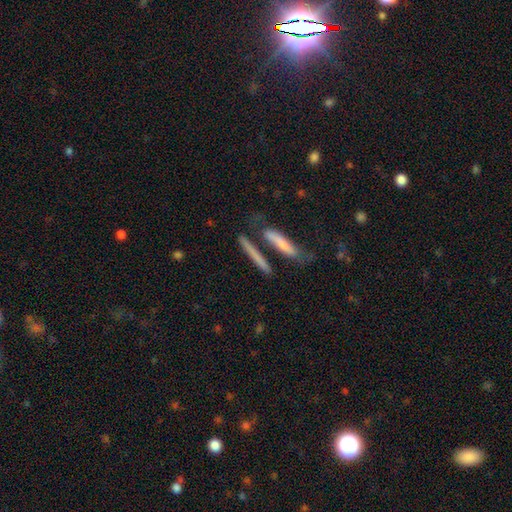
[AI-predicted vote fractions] Smooth or featured: smooth — 54% (featured or disk — 36%)
How rounded: cigar-shaped — 91% (in between — 6%)
Merging: none — 65% (merger — 18%)